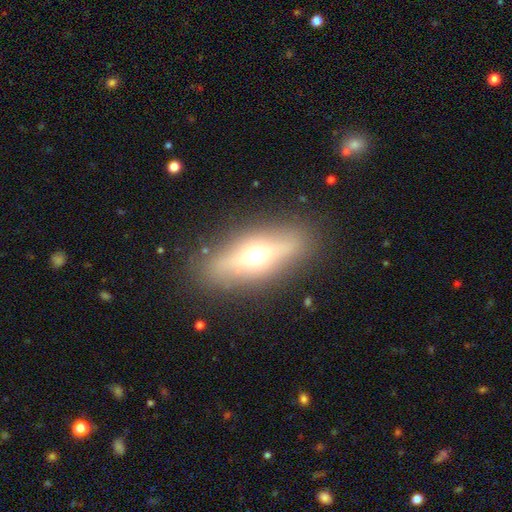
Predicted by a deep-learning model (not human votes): Smooth or featured?
  - featured or disk: 50% *
  - smooth: 41%
  - star or artifact: 9%
Edge-on disk?
  - yes: 75% *
  - no: 25%
Merging?
  - none: 86% *
  - minor disturbance: 9%
  - major disturbance: 3%
  - merger: 1%